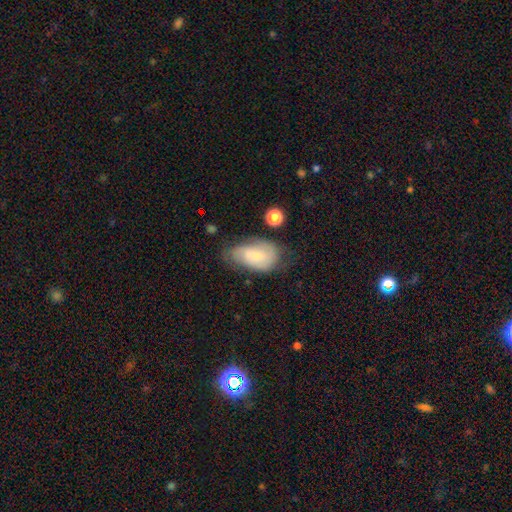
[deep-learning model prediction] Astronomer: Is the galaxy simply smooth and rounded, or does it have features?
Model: smooth — 50% (runner-up: featured or disk, 42%).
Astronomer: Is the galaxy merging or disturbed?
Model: none — 51% (runner-up: minor disturbance, 32%).